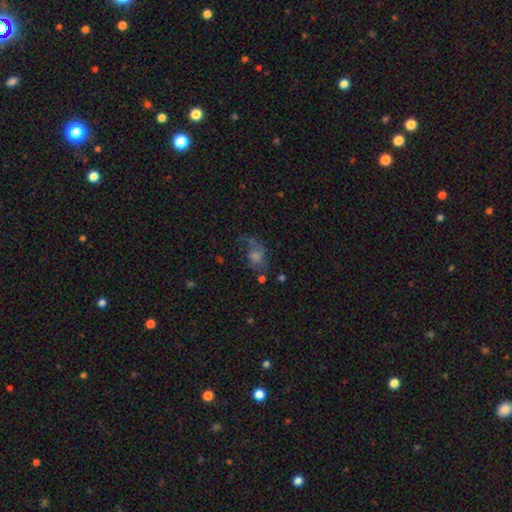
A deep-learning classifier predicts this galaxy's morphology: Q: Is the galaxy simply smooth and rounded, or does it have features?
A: featured or disk — 48%.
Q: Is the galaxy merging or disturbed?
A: none — 45%.